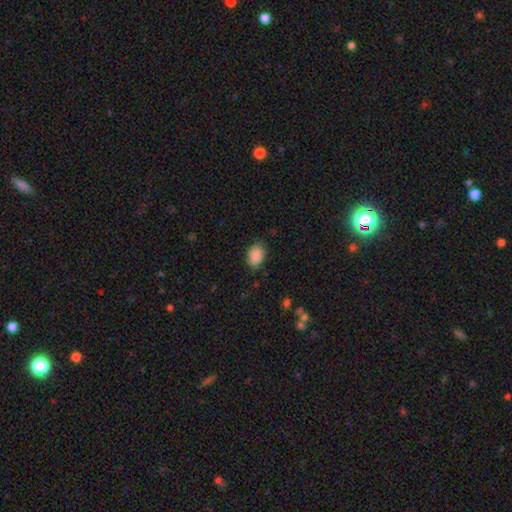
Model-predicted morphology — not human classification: A smooth galaxy with no disk features (89%) that is in between round and cigar-shaped (76%).

Vote fractions:
- Smooth or featured? smooth: 89% / star or artifact: 8% / featured or disk: 3%
- How rounded? in between: 76% / round: 23% / cigar-shaped: 1%
- Merging? none: 78% / minor disturbance: 17% / major disturbance: 4% / merger: 1%